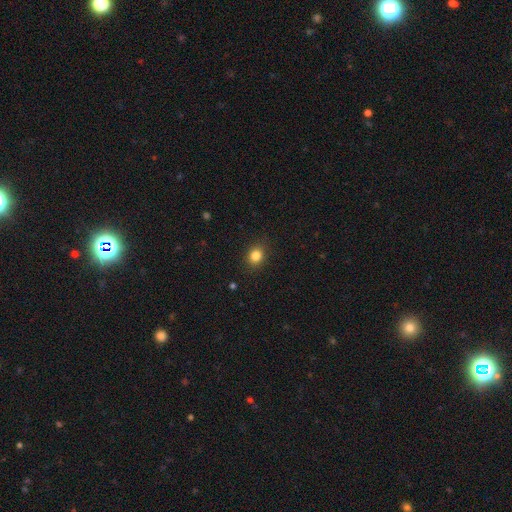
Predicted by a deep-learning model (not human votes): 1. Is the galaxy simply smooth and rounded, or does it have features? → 84% smooth, 12% star or artifact, 5% featured or disk.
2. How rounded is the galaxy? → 66% round, 33% in between, 1% cigar-shaped.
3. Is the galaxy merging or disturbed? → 88% none, 9% minor disturbance, 2% major disturbance, 1% merger.